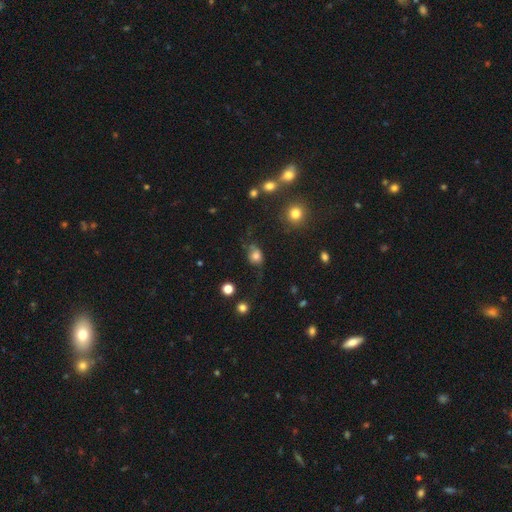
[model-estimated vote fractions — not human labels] Smooth or featured: smooth — 75% (star or artifact — 13%)
How rounded: round — 52% (in between — 46%)
Merging: none — 51% (minor disturbance — 28%)